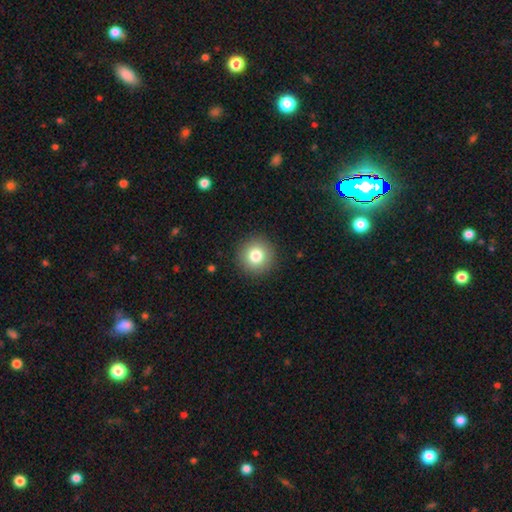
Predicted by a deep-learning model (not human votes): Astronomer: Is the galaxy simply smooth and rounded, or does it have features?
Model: smooth — 80%.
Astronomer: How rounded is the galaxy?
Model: round — 95%.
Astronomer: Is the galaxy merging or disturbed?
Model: none — 92%.